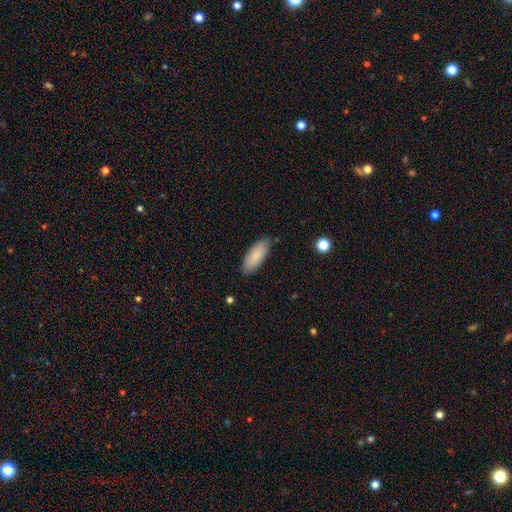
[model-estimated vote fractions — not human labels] The model was most divided on "how rounded": in between: 76%, cigar-shaped: 22%, round: 2%. More confident: merging — none (85%); smooth or featured — smooth (84%).